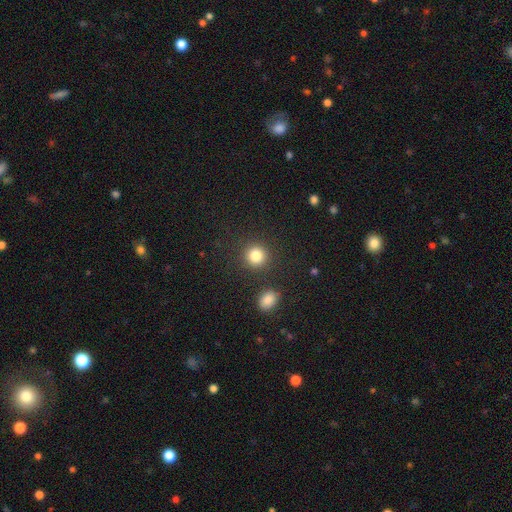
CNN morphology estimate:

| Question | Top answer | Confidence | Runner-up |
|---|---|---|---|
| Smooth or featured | smooth | 84% | star or artifact (11%) |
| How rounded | round | 91% | in between (8%) |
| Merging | none | 86% | minor disturbance (7%) |